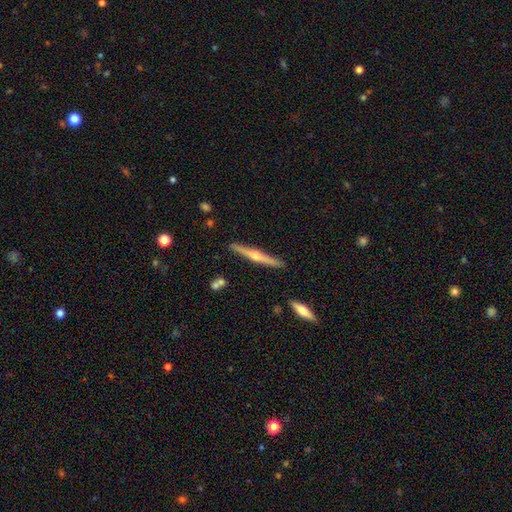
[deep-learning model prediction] Morphology: type=featured or disk (75%); edge-on=yes (98%); edge-on bulge=rounded (92%); merging=none (90%).